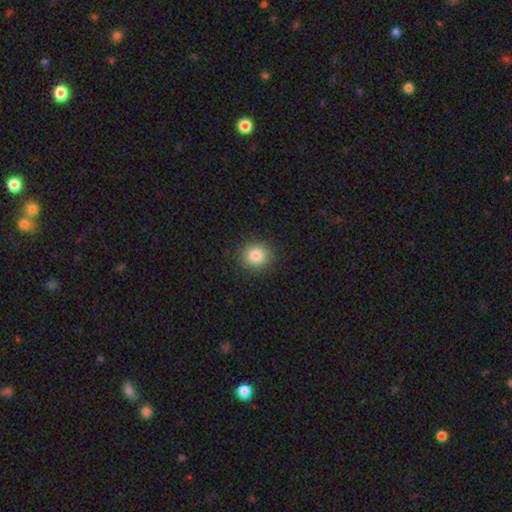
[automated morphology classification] A smooth galaxy with no disk features (83%) that is round (83%).

Vote fractions:
- Smooth or featured? smooth: 83% / star or artifact: 10% / featured or disk: 6%
- How rounded? round: 83% / in between: 17% / cigar-shaped: 1%
- Merging? none: 89% / minor disturbance: 8% / major disturbance: 2% / merger: 1%